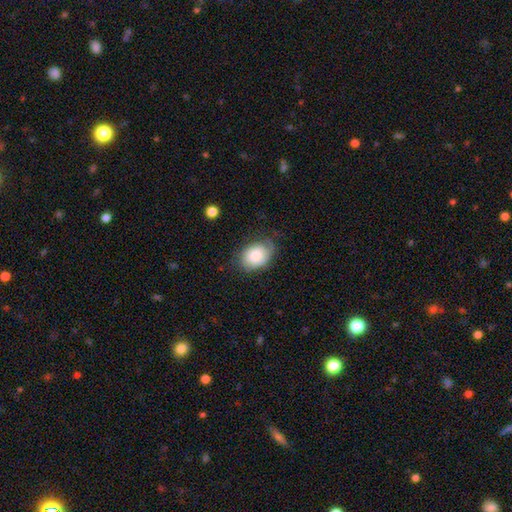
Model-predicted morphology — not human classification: smooth-or-featured: smooth: 78% | featured or disk: 15% | star or artifact: 7%
  how-rounded: in between: 74% | round: 25% | cigar-shaped: 1%
  merging: none: 58% | minor disturbance: 30% | major disturbance: 10% | merger: 2%